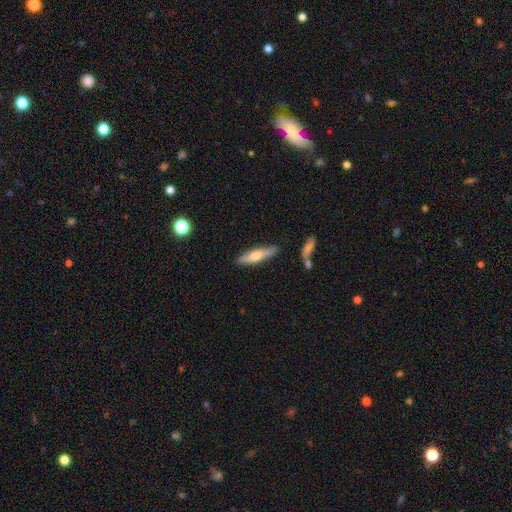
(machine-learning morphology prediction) smooth 55%, featured or disk 39%, star or artifact 6%. Down the decision tree: how rounded — cigar-shaped (73%); merging — none (84%).